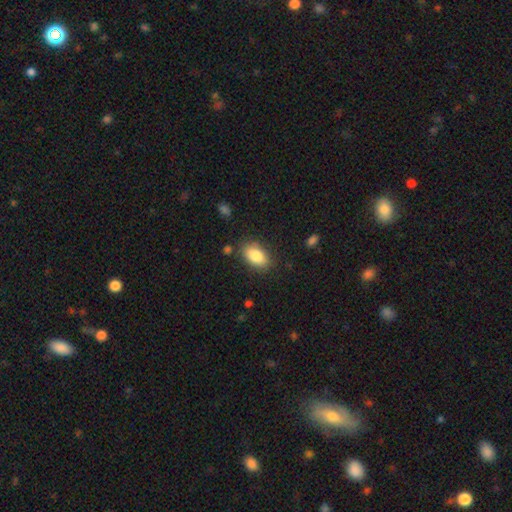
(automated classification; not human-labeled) Smooth or featured? Predicted: smooth (p=0.85). How rounded? Predicted: in between (p=0.91). Merging? Predicted: none (p=0.82).